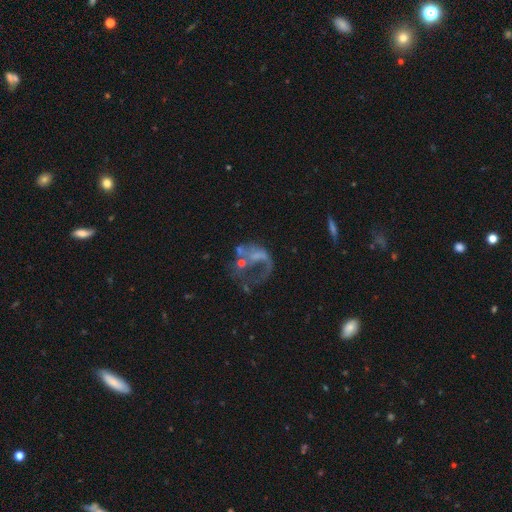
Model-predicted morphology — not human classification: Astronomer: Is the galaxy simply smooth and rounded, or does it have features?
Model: featured or disk — 63%.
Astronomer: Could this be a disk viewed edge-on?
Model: no — 98%.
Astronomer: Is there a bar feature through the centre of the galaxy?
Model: no — 79%.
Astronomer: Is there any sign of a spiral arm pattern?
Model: no — 65%.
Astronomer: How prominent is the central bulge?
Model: none — 65%.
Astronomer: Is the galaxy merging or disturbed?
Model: major disturbance — 50%.